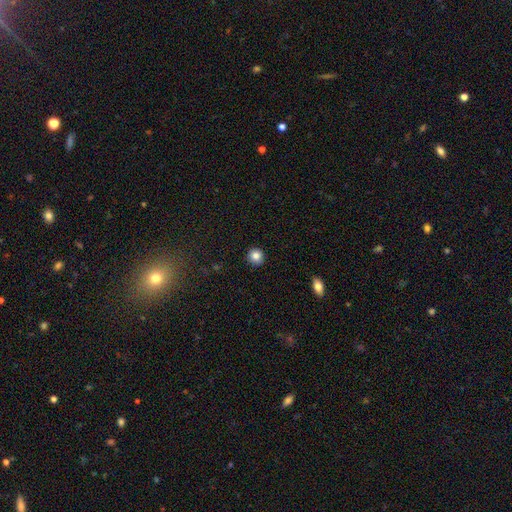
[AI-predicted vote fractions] Smooth or featured? smooth (85%)
How rounded? round (94%)
Merging? none (92%)